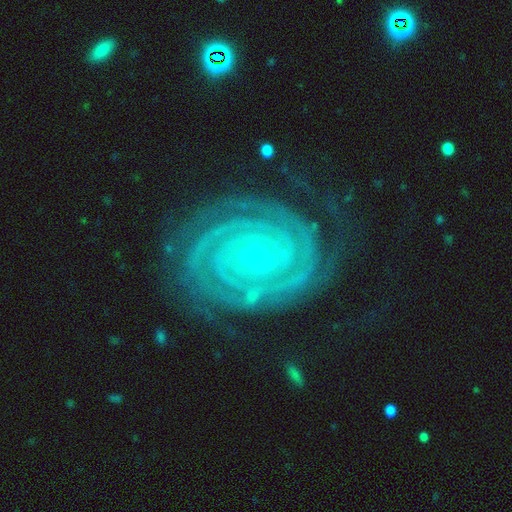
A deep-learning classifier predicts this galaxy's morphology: featured or disk 92%, star or artifact 5%, smooth 3%. Down the decision tree: edge-on disk — no (98%); bar — no (76%); spiral arms — yes (99%); spiral arm count — 2 (48%); spiral winding — tight (91%); bulge size — small (87%); merging — none (79%).